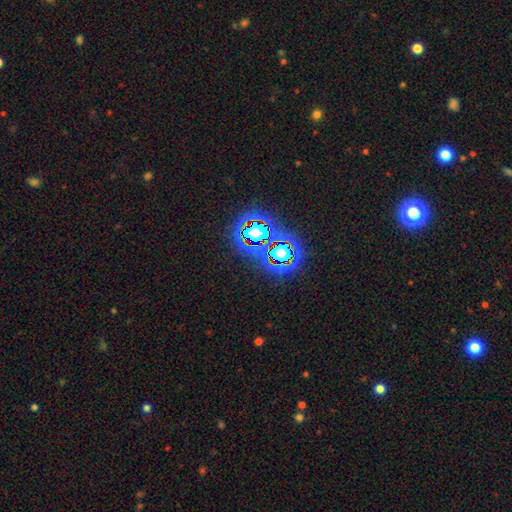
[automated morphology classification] A star or artifact, not a galaxy (78%).